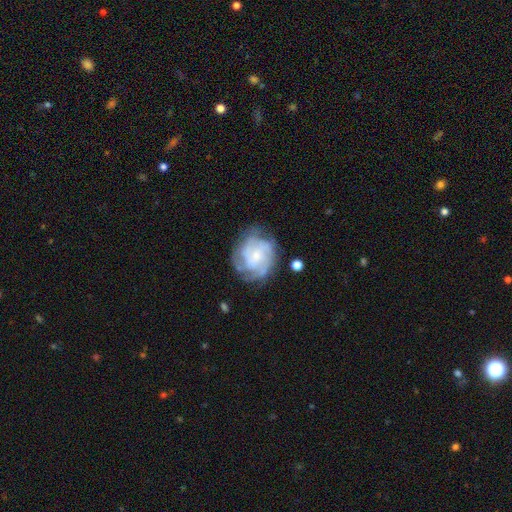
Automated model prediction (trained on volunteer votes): Q: Smooth or featured?
A: featured or disk (76%); runner-up: smooth (16%)
Q: Edge-on disk?
A: no (97%); runner-up: yes (3%)
Q: Bar?
A: no (58%); runner-up: weak (34%)
Q: Spiral arms?
A: yes (91%); runner-up: no (9%)
Q: Spiral winding?
A: tight (57%); runner-up: medium (34%)
Q: Spiral arm count?
A: can't tell (34%); runner-up: 3 (24%)
Q: Bulge size?
A: small (61%); runner-up: moderate (25%)
Q: Merging?
A: none (71%); runner-up: minor disturbance (18%)